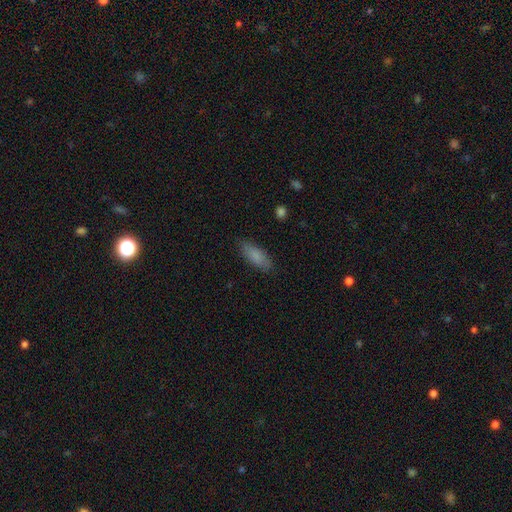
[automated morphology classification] A smooth galaxy with no disk features (85%) that is in between round and cigar-shaped (70%).

Vote fractions:
- Smooth or featured? smooth: 85% / featured or disk: 8% / star or artifact: 7%
- How rounded? in between: 70% / cigar-shaped: 28% / round: 2%
- Merging? none: 84% / minor disturbance: 12% / major disturbance: 3% / merger: 1%